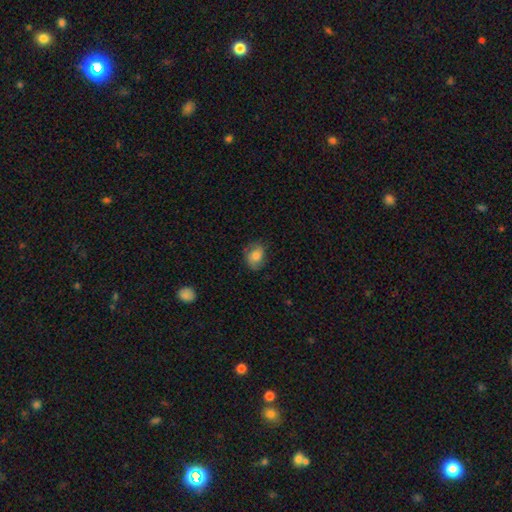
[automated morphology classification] type=smooth (68%); roundness=in between (60%); merging=none (71%).